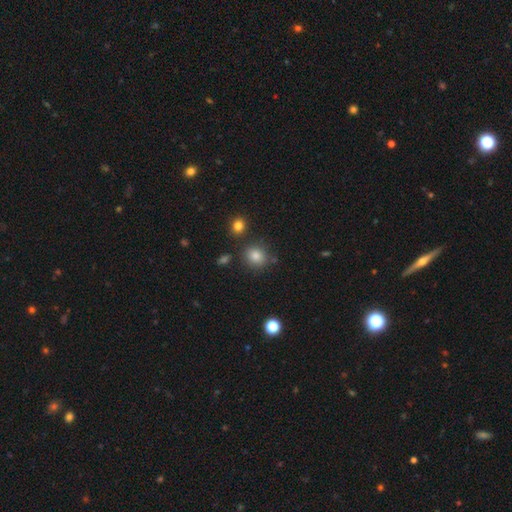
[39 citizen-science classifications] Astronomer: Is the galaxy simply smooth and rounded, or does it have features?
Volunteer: smooth — 87%.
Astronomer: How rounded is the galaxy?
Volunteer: round — 85%.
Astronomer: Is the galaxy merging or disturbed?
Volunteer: none — 83%.